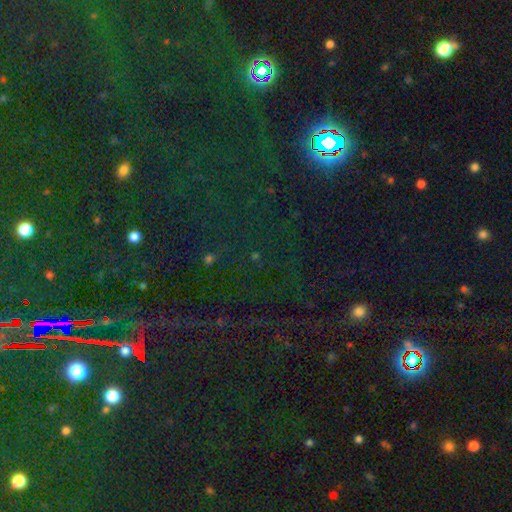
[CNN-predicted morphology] type=star or artifact (81%).